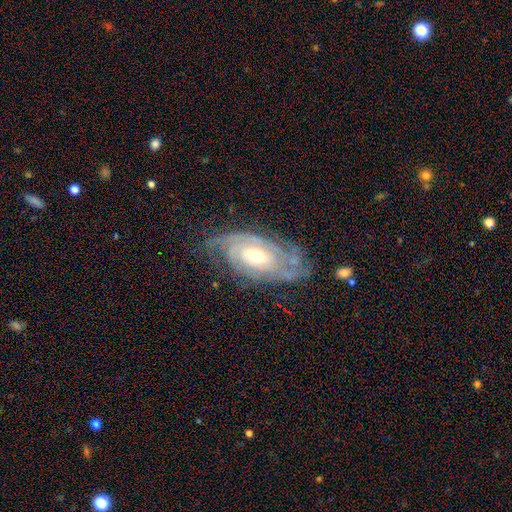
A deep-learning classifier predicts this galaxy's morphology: Overall: featured or disk (86%). Edge-on disk: no (93%). Bar: no (47%; weak 41%). Spiral arms: yes (95%). Spiral arm count: can't tell (38%; 2 25%). Spiral winding: tight (71%). Bulge size: moderate (64%; small 28%). Merging: none (68%).